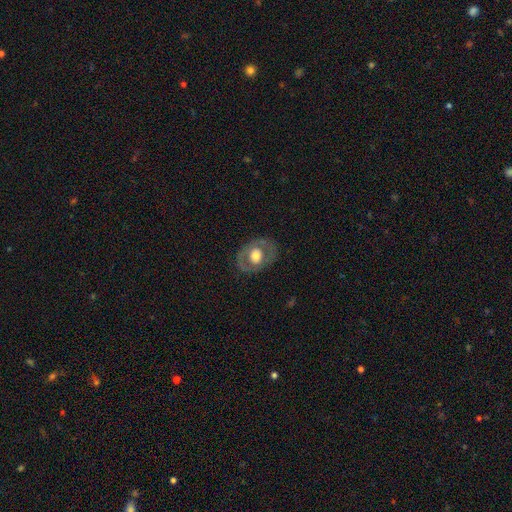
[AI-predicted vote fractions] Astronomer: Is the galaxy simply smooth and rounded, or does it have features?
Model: featured or disk — 48% (runner-up: smooth, 46%).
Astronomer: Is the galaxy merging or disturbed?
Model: none — 78%.